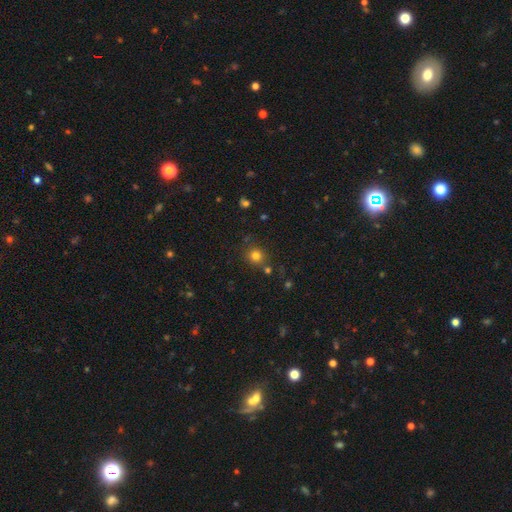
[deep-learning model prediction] Smooth or featured? Predicted: smooth (p=0.78). How rounded? Predicted: round (p=0.89). Merging? Predicted: none (p=0.77).